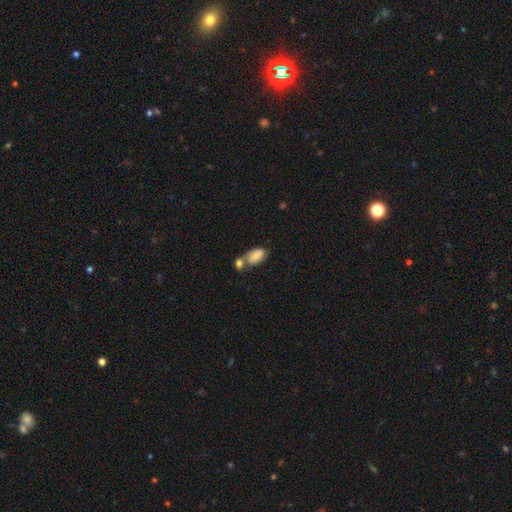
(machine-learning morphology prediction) Smooth or featured?
  - smooth: 75% *
  - featured or disk: 17%
  - star or artifact: 7%
How rounded?
  - in between: 90% *
  - round: 8%
  - cigar-shaped: 2%
Merging?
  - merger: 53% *
  - none: 27%
  - minor disturbance: 13%
  - major disturbance: 6%